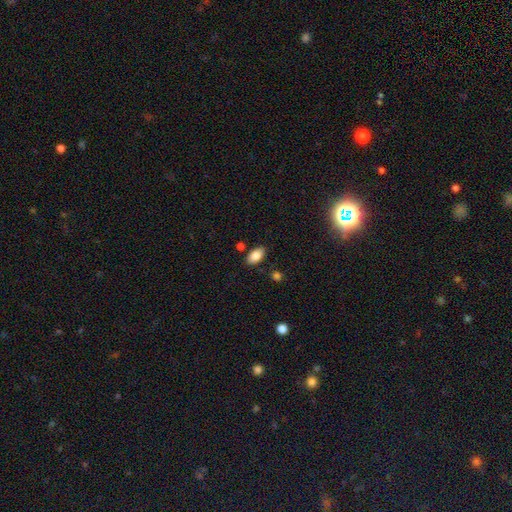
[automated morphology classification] A smooth galaxy with no disk features (84%) that is in between round and cigar-shaped (93%).

Vote fractions:
- Smooth or featured? smooth: 84% / featured or disk: 8% / star or artifact: 8%
- How rounded? in between: 93% / round: 4% / cigar-shaped: 3%
- Merging? none: 83% / minor disturbance: 10% / merger: 4% / major disturbance: 2%